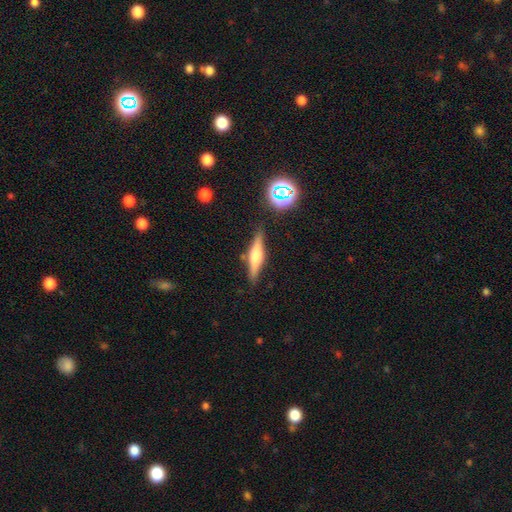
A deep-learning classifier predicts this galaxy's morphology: Smooth or featured: featured or disk — 52% (smooth — 38%)
Edge-on disk: yes — 95% (no — 5%)
Merging: none — 84% (minor disturbance — 11%)